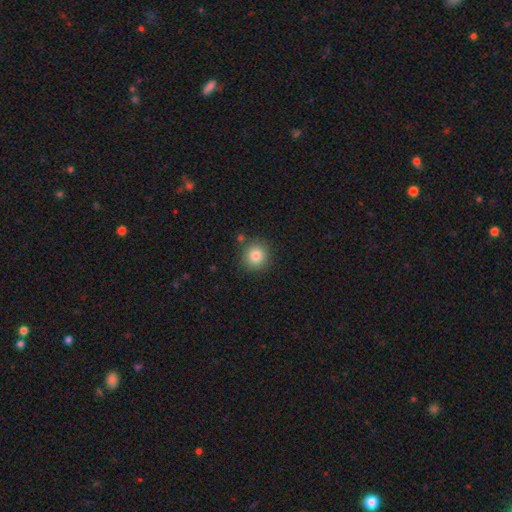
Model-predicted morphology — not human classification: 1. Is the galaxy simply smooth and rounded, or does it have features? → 83% smooth, 10% star or artifact, 6% featured or disk.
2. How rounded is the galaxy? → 92% round, 7% in between, 1% cigar-shaped.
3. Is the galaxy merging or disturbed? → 86% none, 8% minor disturbance, 4% merger, 3% major disturbance.